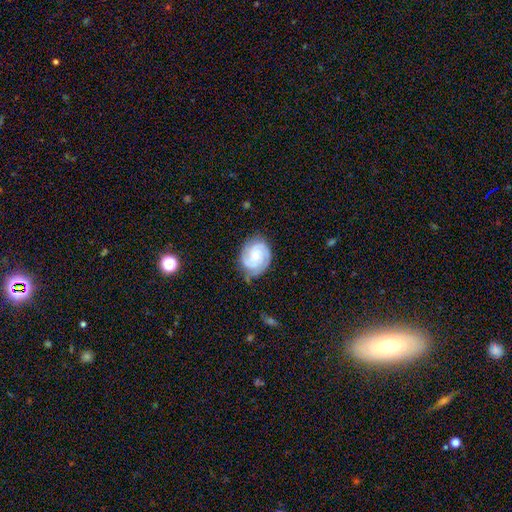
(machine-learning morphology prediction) featured or disk 83%, smooth 12%, star or artifact 5%. Down the decision tree: edge-on disk — no (98%); bar — no (68%); spiral arms — yes (97%); spiral arm count — 3 (39%); spiral winding — tight (63%); bulge size — small (58%); merging — none (73%).